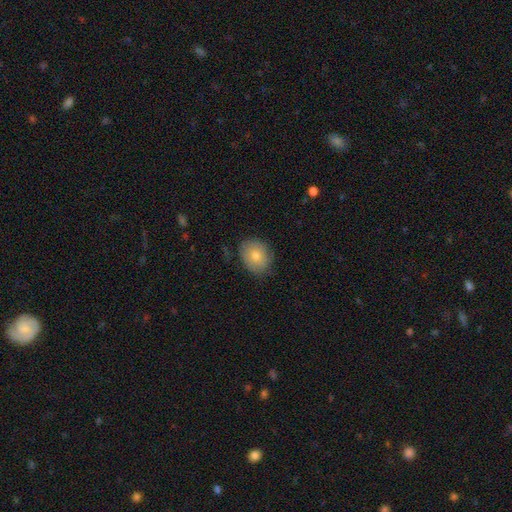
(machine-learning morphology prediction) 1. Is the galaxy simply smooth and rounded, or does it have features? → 72% smooth, 19% featured or disk, 9% star or artifact.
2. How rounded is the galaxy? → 61% round, 38% in between, 1% cigar-shaped.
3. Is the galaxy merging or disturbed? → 79% none, 17% minor disturbance, 3% major disturbance, 1% merger.